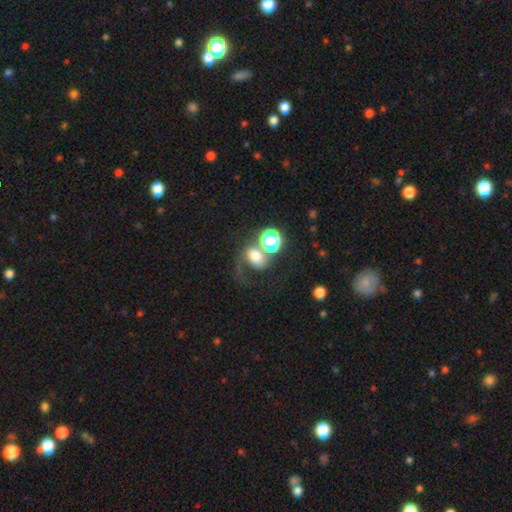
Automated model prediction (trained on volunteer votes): Overall: smooth (58%; featured or disk 25%). How rounded: in between (50%; round 49%). Merging: merger (38%; major disturbance 28%).